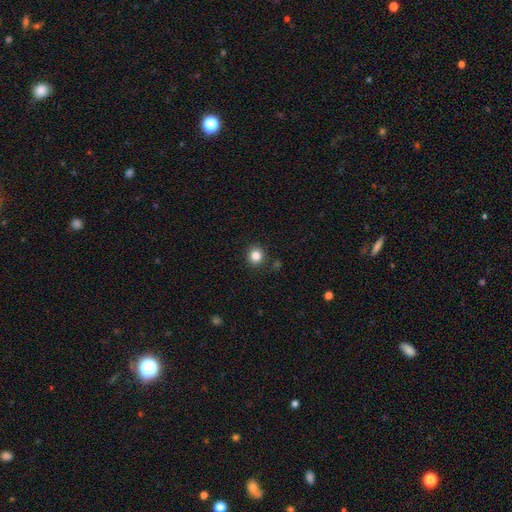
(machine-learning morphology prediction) A smooth galaxy with no disk features (83%) that is round (88%). Merging: none (88%).